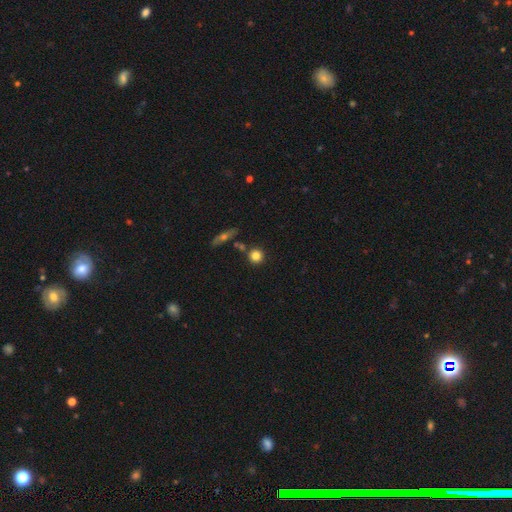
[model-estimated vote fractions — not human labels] Morphology: type=smooth (81%); roundness=round (92%); merging=none (79%).